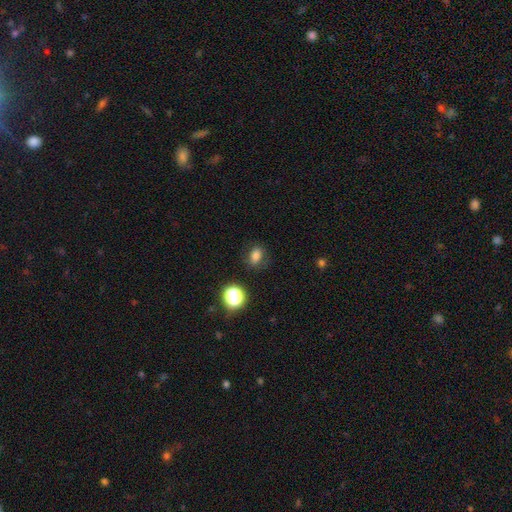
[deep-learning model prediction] smooth-or-featured: smooth: 77% | star or artifact: 15% | featured or disk: 8%
  how-rounded: in between: 68% | round: 30% | cigar-shaped: 2%
  merging: none: 79% | minor disturbance: 14% | major disturbance: 5% | merger: 2%